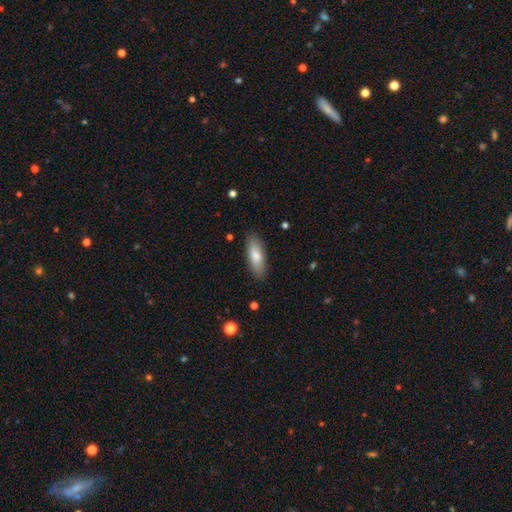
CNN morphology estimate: smooth_or_featured: smooth (p=0.78) [alt: featured or disk p=0.16]
how_rounded: in between (p=0.67) [alt: cigar-shaped p=0.32]
merging: none (p=0.86) [alt: minor disturbance p=0.10]